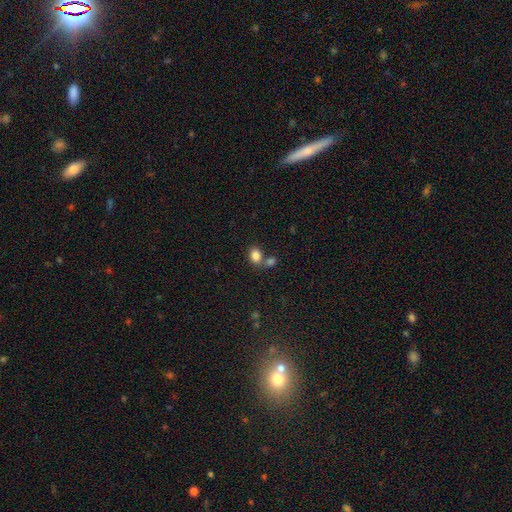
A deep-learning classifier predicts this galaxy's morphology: smooth_or_featured: smooth (p=0.83) [alt: star or artifact p=0.10]
how_rounded: in between (p=0.61) [alt: round p=0.39]
merging: none (p=0.57) [alt: merger p=0.29]